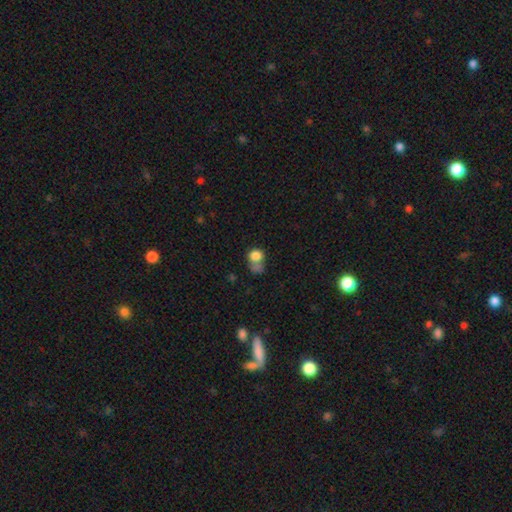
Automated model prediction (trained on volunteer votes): smooth-or-featured: smooth: 79% | star or artifact: 11% | featured or disk: 10%
  how-rounded: round: 66% | in between: 33% | cigar-shaped: 1%
  merging: merger: 35% | none: 32% | major disturbance: 17% | minor disturbance: 16%